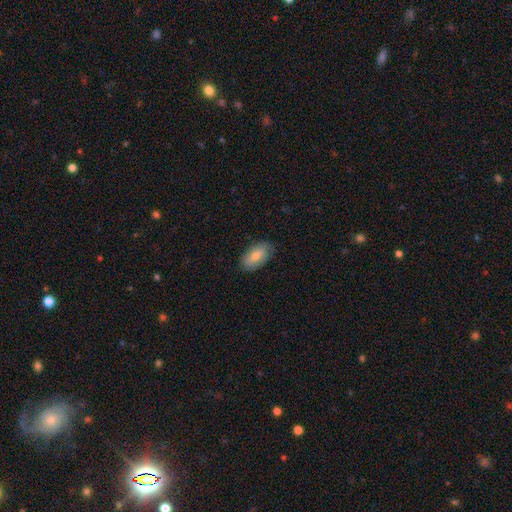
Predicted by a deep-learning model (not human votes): The model was most divided on "smooth or featured": smooth: 71%, featured or disk: 23%, star or artifact: 7%. More confident: how rounded — in between (93%); merging — none (83%).